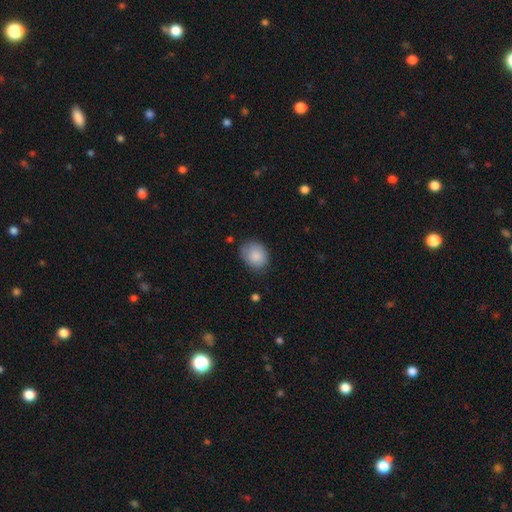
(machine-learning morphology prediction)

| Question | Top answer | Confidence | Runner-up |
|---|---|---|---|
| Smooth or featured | smooth | 85% | featured or disk (8%) |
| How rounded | round | 51% | in between (48%) |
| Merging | none | 69% | minor disturbance (24%) |